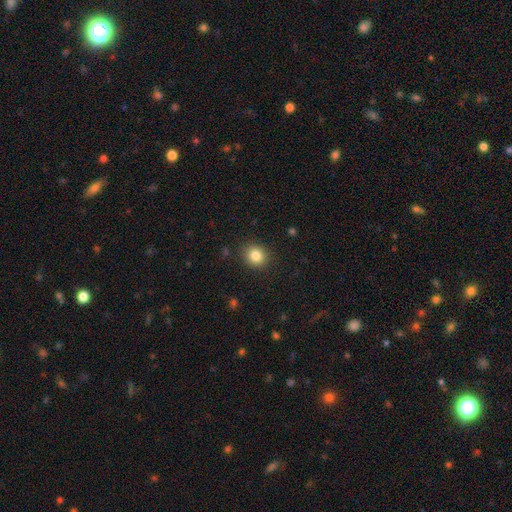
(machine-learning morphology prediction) A smooth galaxy with no disk features (84%) that is round (77%).

Vote fractions:
- Smooth or featured? smooth: 84% / star or artifact: 10% / featured or disk: 6%
- How rounded? round: 77% / in between: 22% / cigar-shaped: 1%
- Merging? none: 89% / minor disturbance: 8% / major disturbance: 2% / merger: 1%